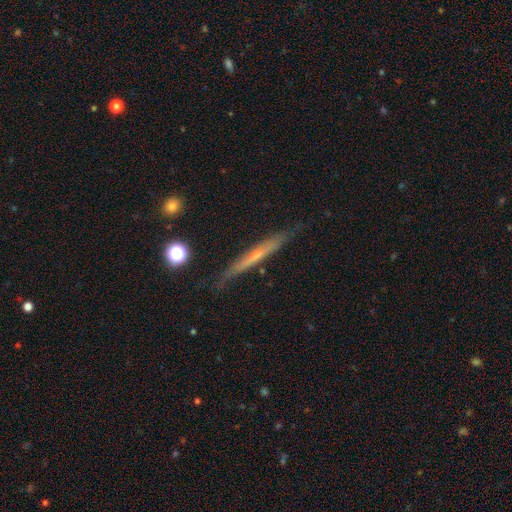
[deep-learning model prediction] smooth_or_featured: featured or disk (p=0.59) [alt: smooth p=0.34]
disk_edge_on: yes (p=0.94) [alt: no p=0.06]
edge_on_bulge: none (p=0.66) [alt: rounded p=0.30]
merging: none (p=0.81) [alt: minor disturbance p=0.15]